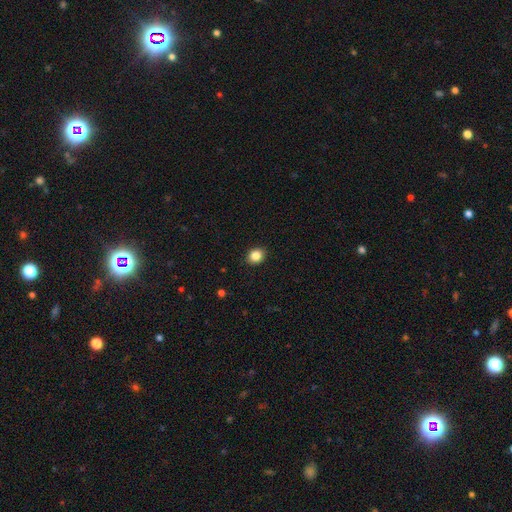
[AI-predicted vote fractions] Smooth or featured? smooth (86%)
How rounded? round (63%)
Merging? none (91%)